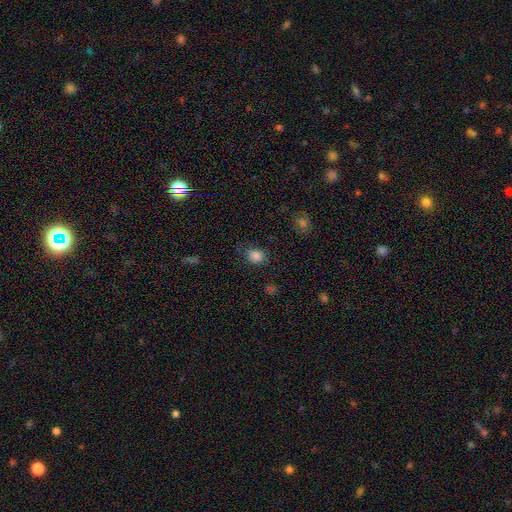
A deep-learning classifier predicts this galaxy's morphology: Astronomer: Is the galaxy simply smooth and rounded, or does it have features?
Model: smooth — 84%.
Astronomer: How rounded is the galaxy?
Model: round — 61% (runner-up: in between, 38%).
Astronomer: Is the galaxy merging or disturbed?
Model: none — 76%.